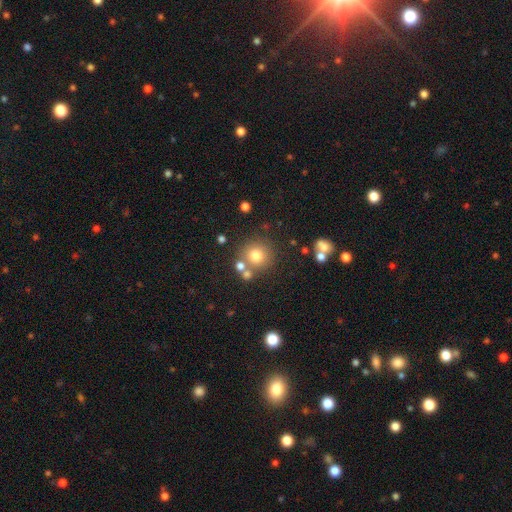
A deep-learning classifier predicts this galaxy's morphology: smooth 75%, star or artifact 14%, featured or disk 11%. Down the decision tree: how rounded — round (91%); merging — none (70%).